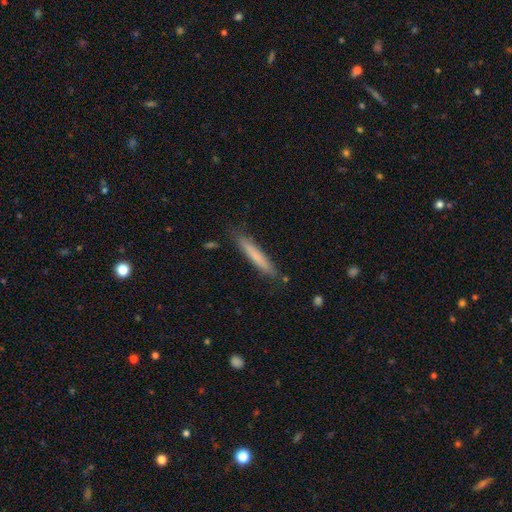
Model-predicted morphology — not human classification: Q: Smooth or featured?
A: smooth (73%); runner-up: featured or disk (21%)
Q: How rounded?
A: cigar-shaped (95%); runner-up: in between (4%)
Q: Merging?
A: none (84%); runner-up: minor disturbance (12%)